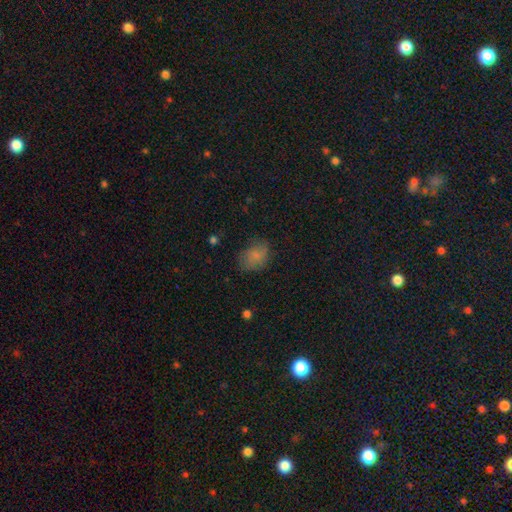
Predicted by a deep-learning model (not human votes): Overall: smooth (76%). How rounded: in between (63%; round 36%). Merging: none (67%).